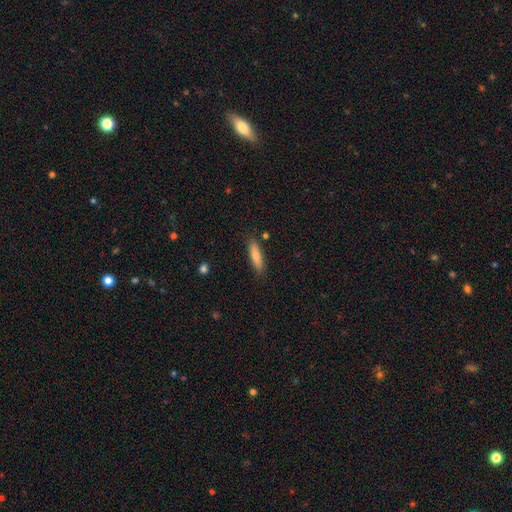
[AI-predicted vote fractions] A smooth galaxy with no disk features (77%) that is cigar-shaped (63%). Merging: none (85%).